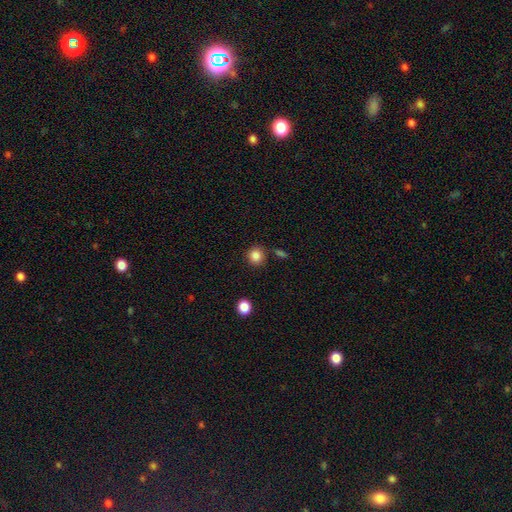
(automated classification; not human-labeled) Overall: smooth (86%). How rounded: round (89%). Merging: none (85%).